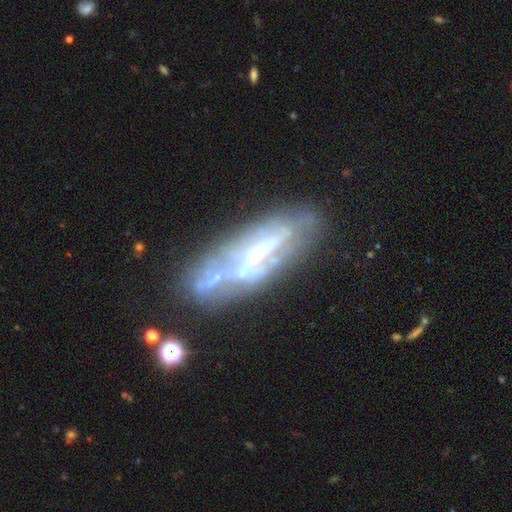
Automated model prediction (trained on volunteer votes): smooth-or-featured: featured or disk: 72% | smooth: 18% | star or artifact: 10%
  disk-edge-on: no: 56% | yes: 44%
  merging: none: 56% | minor disturbance: 21% | major disturbance: 16% | merger: 7%